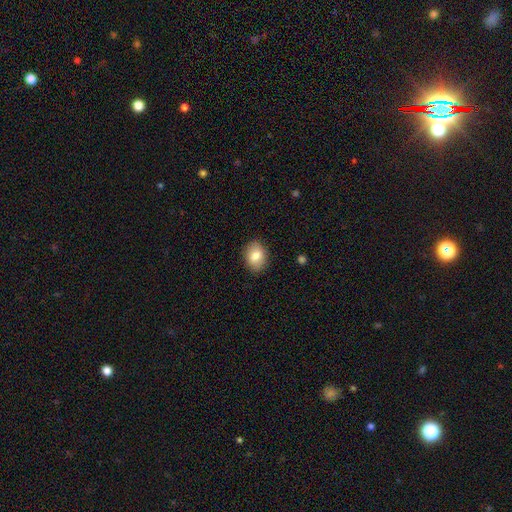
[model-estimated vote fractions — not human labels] smooth_or_featured: smooth (p=0.81) [alt: featured or disk p=0.11]
how_rounded: in between (p=0.66) [alt: round p=0.33]
merging: none (p=0.87) [alt: minor disturbance p=0.10]